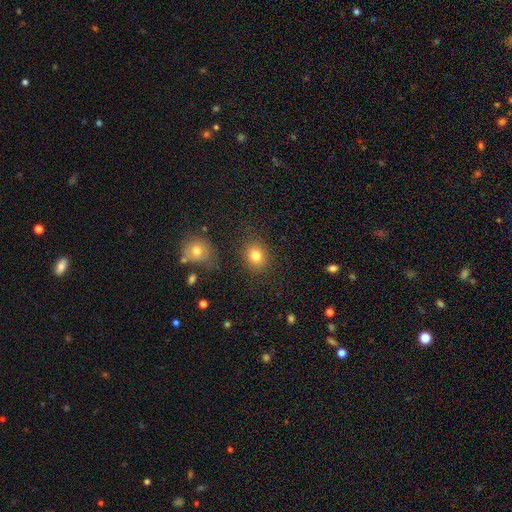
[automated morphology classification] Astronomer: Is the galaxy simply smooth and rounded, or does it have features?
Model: smooth — 81%.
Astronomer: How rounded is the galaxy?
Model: round — 60% (runner-up: in between, 39%).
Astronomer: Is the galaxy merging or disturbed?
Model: none — 80%.